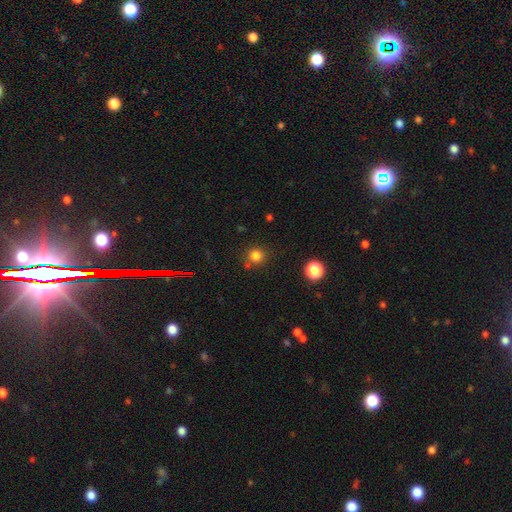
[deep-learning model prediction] A smooth galaxy with no disk features (80%) that is round (91%).

Vote fractions:
- Smooth or featured? smooth: 80% / star or artifact: 15% / featured or disk: 5%
- How rounded? round: 91% / in between: 8% / cigar-shaped: 1%
- Merging? none: 79% / minor disturbance: 10% / merger: 8% / major disturbance: 3%